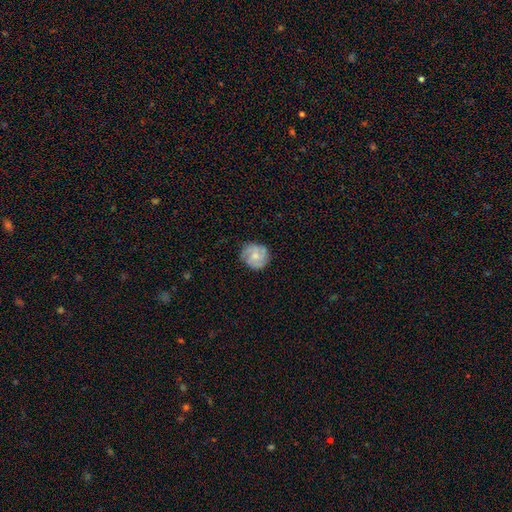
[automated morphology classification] Q: Smooth or featured?
A: featured or disk (50%); runner-up: smooth (43%)
Q: Merging?
A: none (78%); runner-up: minor disturbance (17%)